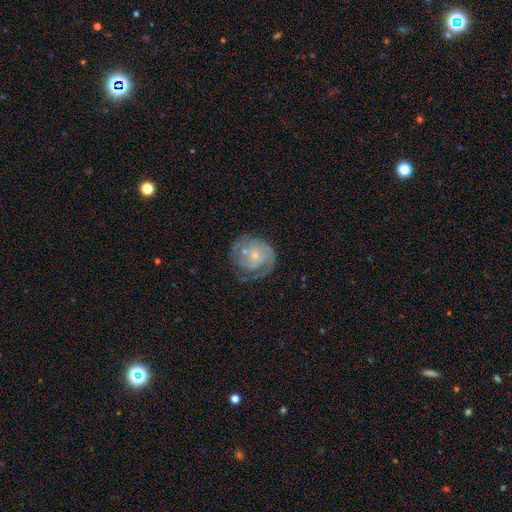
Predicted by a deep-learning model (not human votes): Smooth or featured? Predicted: featured or disk (p=0.77). Edge-on disk? Predicted: no (p=0.98). Bar? Predicted: no (p=0.72). Spiral arms? Predicted: yes (p=0.89). Spiral winding? Predicted: tight (p=0.56). Spiral arm count? Predicted: 2 (p=0.35). Bulge size? Predicted: small (p=0.63). Merging? Predicted: none (p=0.55).